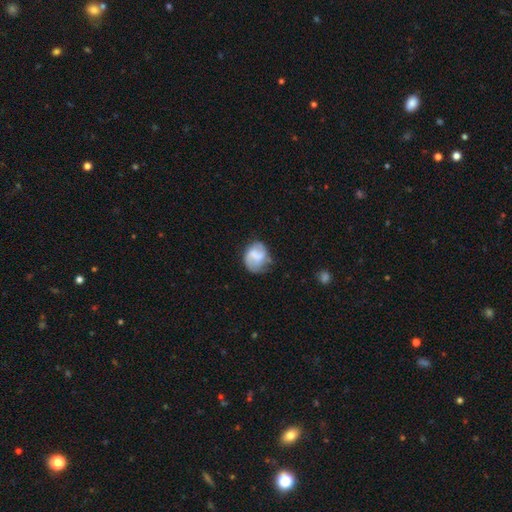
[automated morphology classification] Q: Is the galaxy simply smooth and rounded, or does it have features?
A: smooth — 49%.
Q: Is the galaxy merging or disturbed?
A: none — 50%.